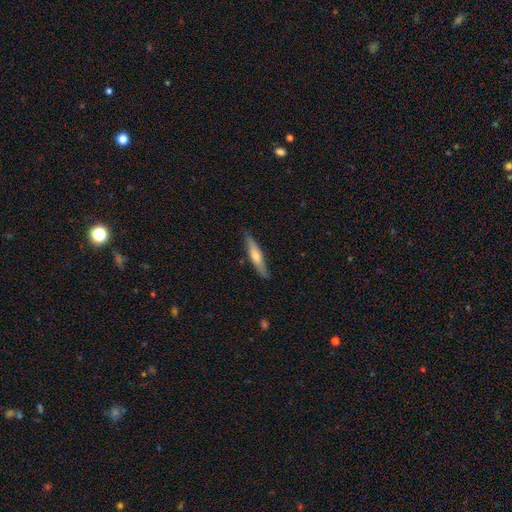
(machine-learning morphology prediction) Smooth or featured: smooth — 57% (featured or disk — 38%)
How rounded: cigar-shaped — 86% (in between — 13%)
Merging: none — 84% (minor disturbance — 12%)